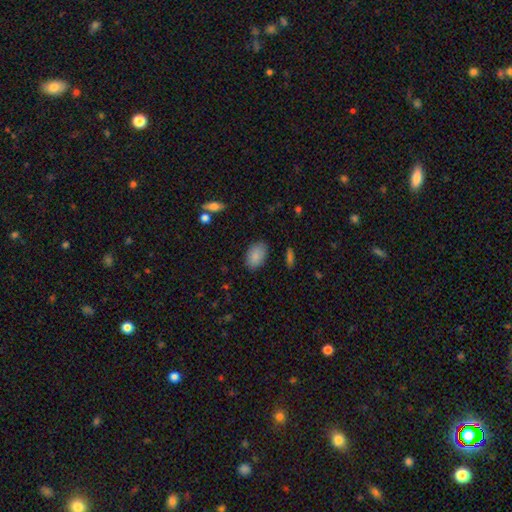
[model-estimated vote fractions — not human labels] Smooth or featured? smooth (87%)
How rounded? in between (91%)
Merging? none (83%)